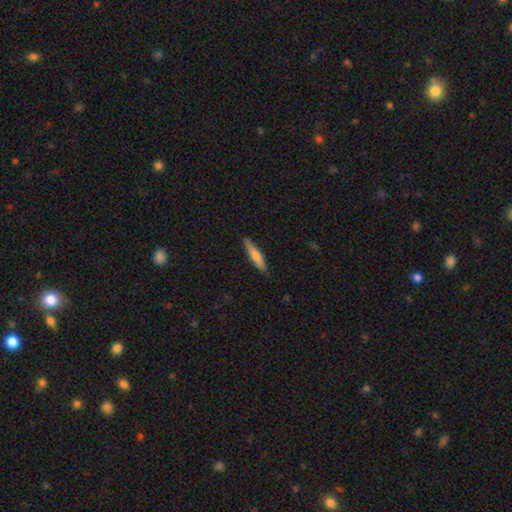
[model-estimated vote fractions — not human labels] smooth 65%, featured or disk 29%, star or artifact 6%. Down the decision tree: how rounded — cigar-shaped (87%); merging — none (88%).